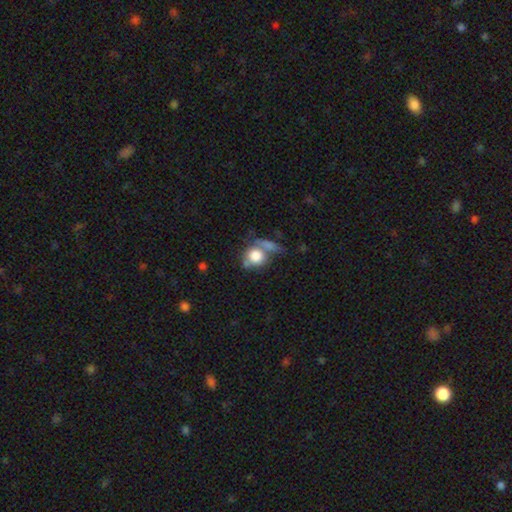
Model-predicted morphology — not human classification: smooth 77%, featured or disk 13%, star or artifact 10%. Down the decision tree: how rounded — round (77%); merging — none (43%).